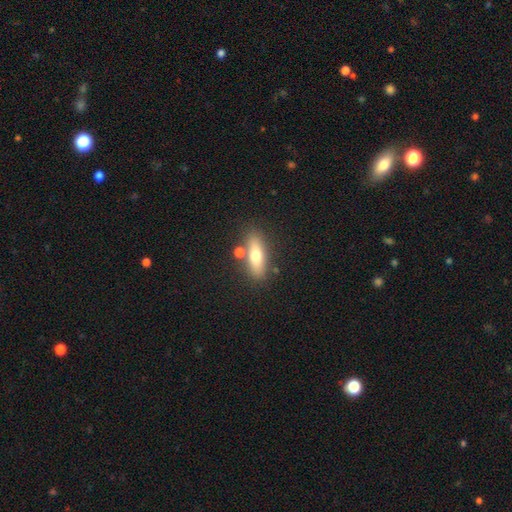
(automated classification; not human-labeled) This appears to be a smooth galaxy with no disk features (67%) that is in between round and cigar-shaped (58%). Merging: none (75%).